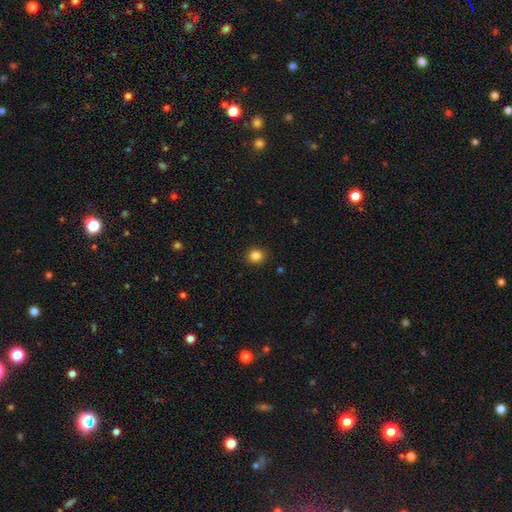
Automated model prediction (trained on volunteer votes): Smooth or featured? smooth (86%)
How rounded? round (67%)
Merging? none (90%)